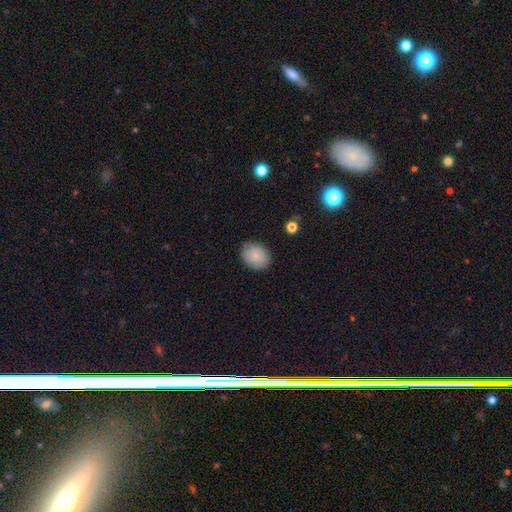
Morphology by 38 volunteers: Smooth or featured? smooth (87%)
How rounded? round (58%)
Merging? none (80%)